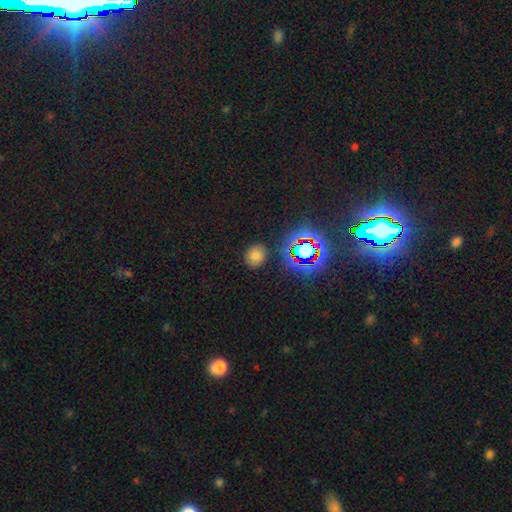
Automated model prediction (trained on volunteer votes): Smooth or featured? Predicted: smooth (p=0.71). How rounded? Predicted: round (p=0.71). Merging? Predicted: none (p=0.85).